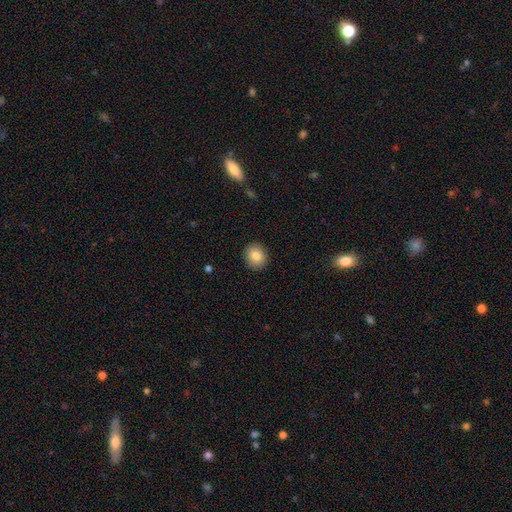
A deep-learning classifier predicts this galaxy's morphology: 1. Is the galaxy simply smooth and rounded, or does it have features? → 85% smooth, 9% star or artifact, 7% featured or disk.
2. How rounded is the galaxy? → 79% round, 20% in between, 1% cigar-shaped.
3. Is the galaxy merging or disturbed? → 91% none, 6% minor disturbance, 2% major disturbance, 1% merger.